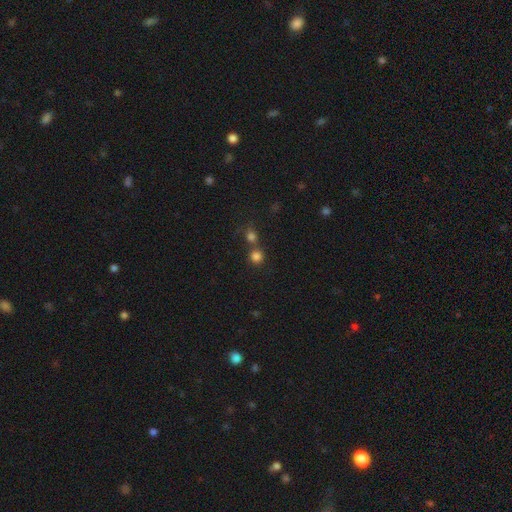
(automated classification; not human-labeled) The model was most divided on "merging": none: 59%, merger: 32%, minor disturbance: 7%, major disturbance: 3%. More confident: how rounded — round (90%); smooth or featured — smooth (79%).